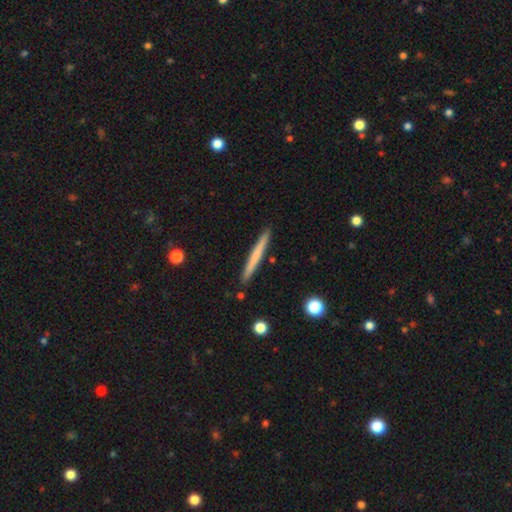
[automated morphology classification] Smooth or featured: smooth — 60% (featured or disk — 34%)
How rounded: cigar-shaped — 97% (in between — 2%)
Merging: none — 91% (minor disturbance — 6%)